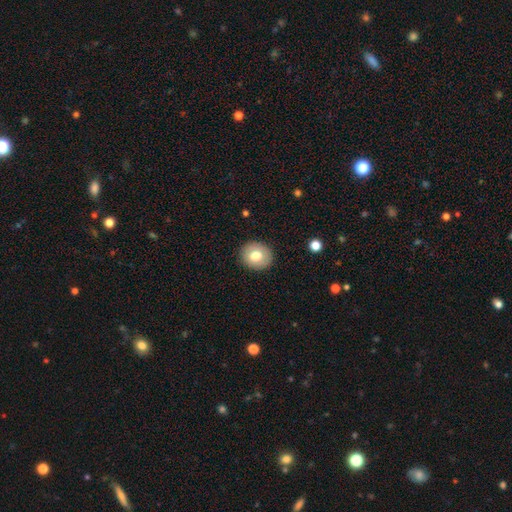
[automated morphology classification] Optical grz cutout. It shows a smooth galaxy with no disk features (75%) that is round (76%). Merging: none (90%).